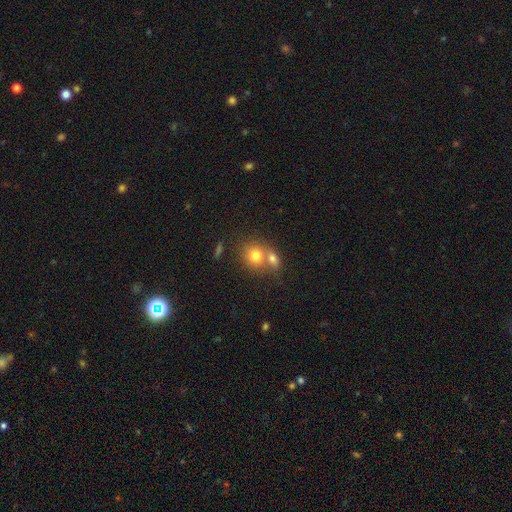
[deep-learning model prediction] smooth-or-featured: smooth: 69% | star or artifact: 17% | featured or disk: 14%
  how-rounded: round: 76% | in between: 23% | cigar-shaped: 1%
  merging: merger: 50% | none: 41% | minor disturbance: 7% | major disturbance: 3%